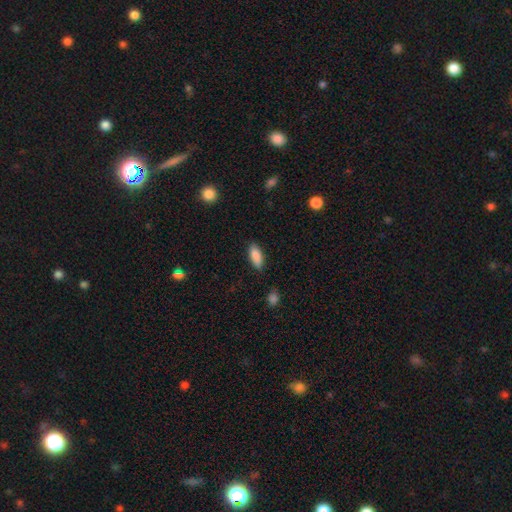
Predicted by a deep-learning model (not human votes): Q: Smooth or featured?
A: smooth (87%); runner-up: star or artifact (7%)
Q: How rounded?
A: in between (80%); runner-up: cigar-shaped (18%)
Q: Merging?
A: none (80%); runner-up: minor disturbance (16%)